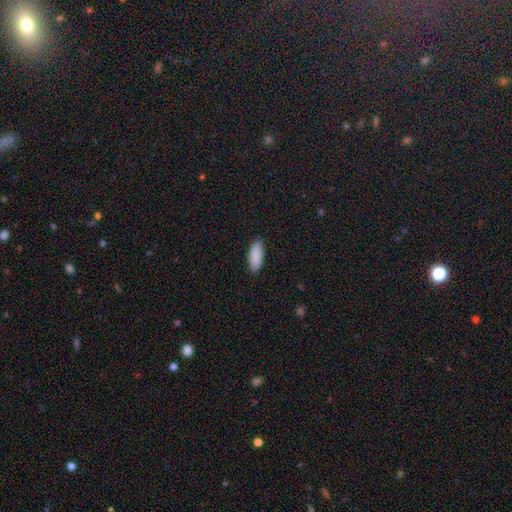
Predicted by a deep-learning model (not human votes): Smooth or featured?
  - smooth: 90% *
  - star or artifact: 6%
  - featured or disk: 4%
How rounded?
  - in between: 78% *
  - cigar-shaped: 20%
  - round: 2%
Merging?
  - none: 88% *
  - minor disturbance: 9%
  - major disturbance: 2%
  - merger: 1%